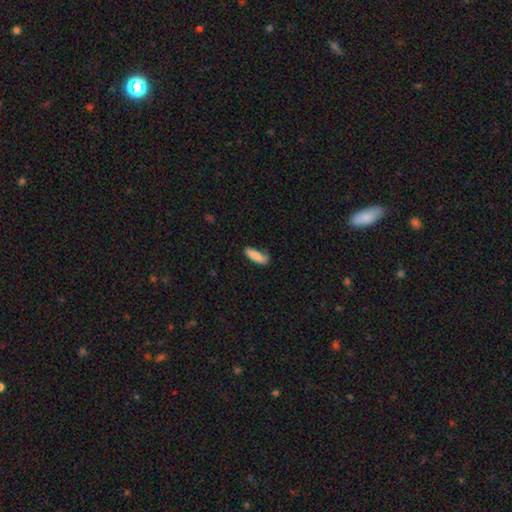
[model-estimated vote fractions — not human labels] Smooth or featured? Predicted: smooth (p=0.86). How rounded? Predicted: in between (p=0.53). Merging? Predicted: none (p=0.67).